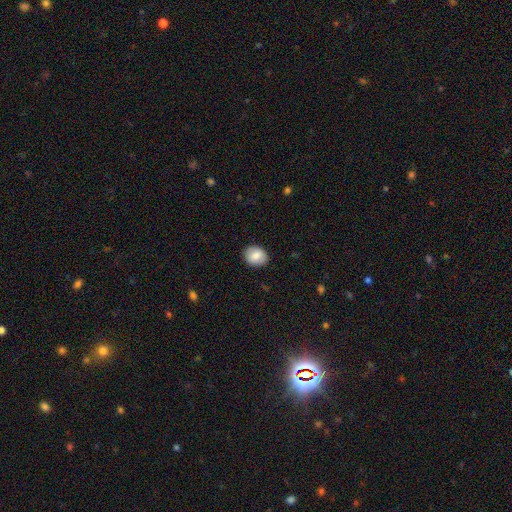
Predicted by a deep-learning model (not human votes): Overall: smooth (80%). How rounded: round (59%; in between 40%). Merging: none (88%).